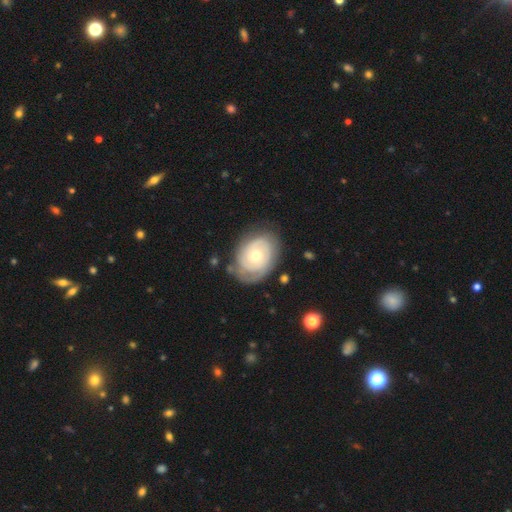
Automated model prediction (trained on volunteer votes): featured or disk 69%, smooth 25%, star or artifact 6%. Down the decision tree: edge-on disk — no (96%); bar — no (82%); spiral arms — yes (77%); spiral arm count — can't tell (44%); spiral winding — tight (74%); bulge size — moderate (59%); merging — none (68%).